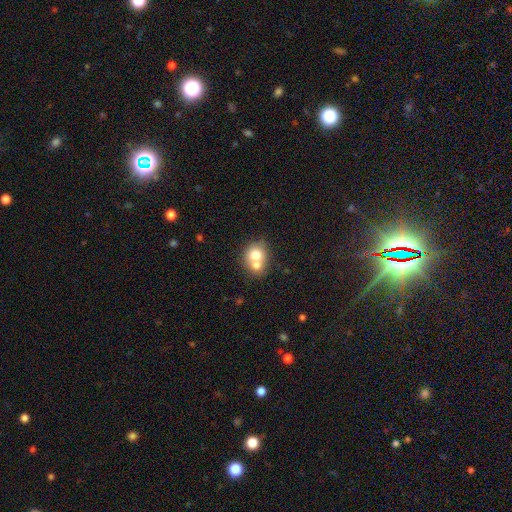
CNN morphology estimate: Q: Smooth or featured?
A: smooth (71%); runner-up: featured or disk (20%)
Q: How rounded?
A: round (71%); runner-up: in between (28%)
Q: Merging?
A: merger (63%); runner-up: none (28%)